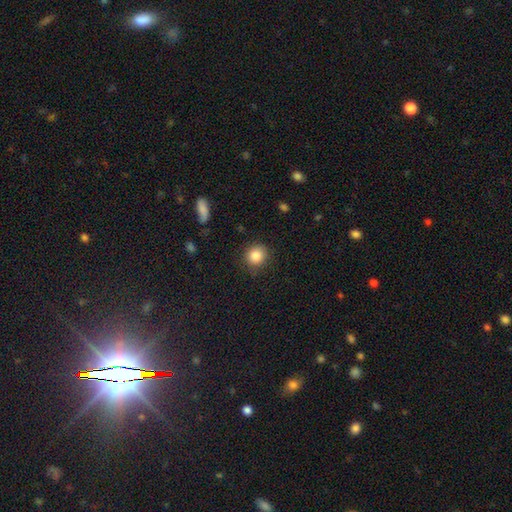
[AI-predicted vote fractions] Smooth or featured? Predicted: smooth (p=0.86). How rounded? Predicted: round (p=0.88). Merging? Predicted: none (p=0.86).